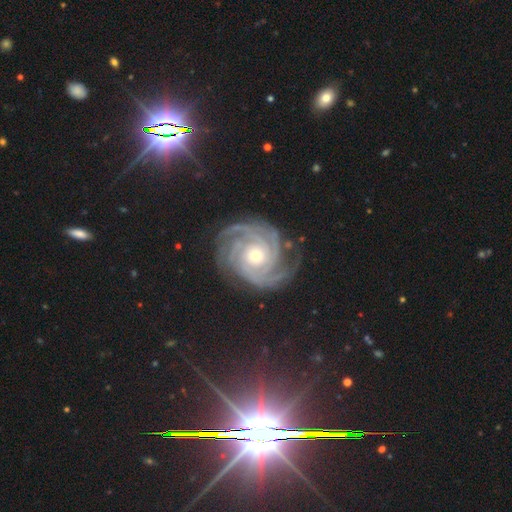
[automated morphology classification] Smooth or featured?
  - featured or disk: 90% *
  - star or artifact: 6%
  - smooth: 4%
Edge-on disk?
  - no: 98% *
  - yes: 2%
Bar?
  - no: 78% *
  - weak: 15%
  - strong: 7%
Spiral arms?
  - yes: 99% *
  - no: 1%
Spiral winding?
  - tight: 78% *
  - medium: 19%
  - loose: 3%
Spiral arm count?
  - 3: 27% *
  - 4: 22%
  - can't tell: 15%
  - 2: 15%
  - more than 4: 12%
  - 1: 9%
Bulge size?
  - moderate: 50% *
  - small: 46%
  - large: 2%
  - none: 1%
  - dominant: 1%
Merging?
  - none: 77% *
  - minor disturbance: 15%
  - major disturbance: 6%
  - merger: 1%